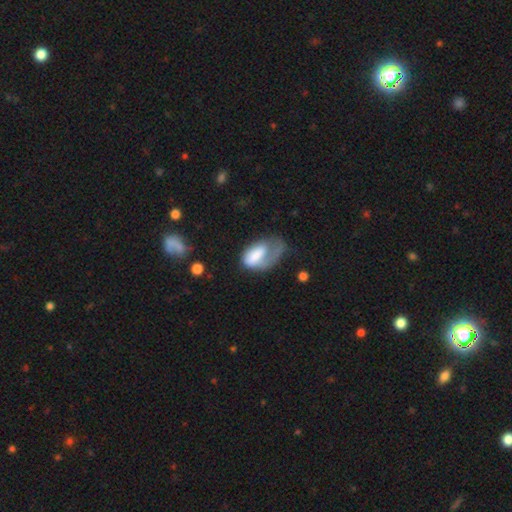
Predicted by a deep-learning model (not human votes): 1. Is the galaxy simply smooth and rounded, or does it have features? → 60% smooth, 33% featured or disk, 7% star or artifact.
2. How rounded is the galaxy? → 90% in between, 7% round, 3% cigar-shaped.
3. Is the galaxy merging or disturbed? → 56% major disturbance, 22% minor disturbance, 17% none, 5% merger.